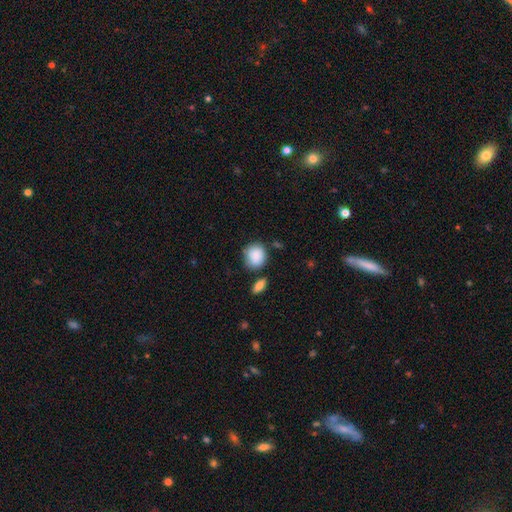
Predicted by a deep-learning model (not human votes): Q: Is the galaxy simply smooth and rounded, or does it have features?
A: smooth — 88%.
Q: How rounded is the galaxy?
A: round — 74%.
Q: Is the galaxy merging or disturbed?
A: none — 70%.